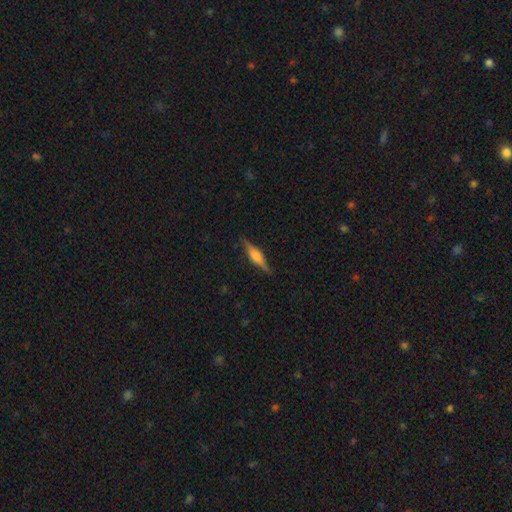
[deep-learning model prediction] featured or disk 65%, smooth 28%, star or artifact 7%. Down the decision tree: edge-on disk — yes (97%); edge-on bulge — rounded (70%); merging — none (86%).